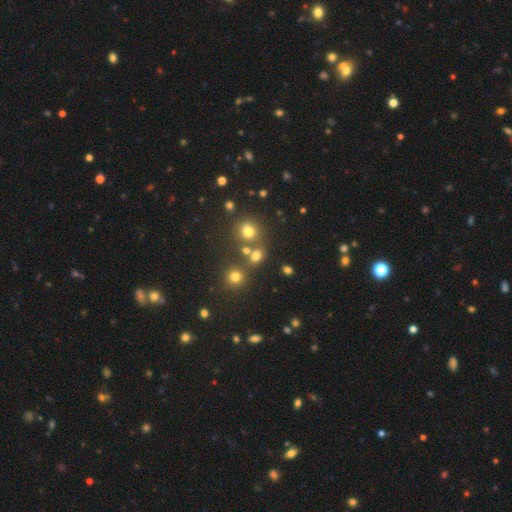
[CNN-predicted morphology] This is likely a smooth galaxy (69%). How rounded: likely round (62%). Merging: likely none (62%).